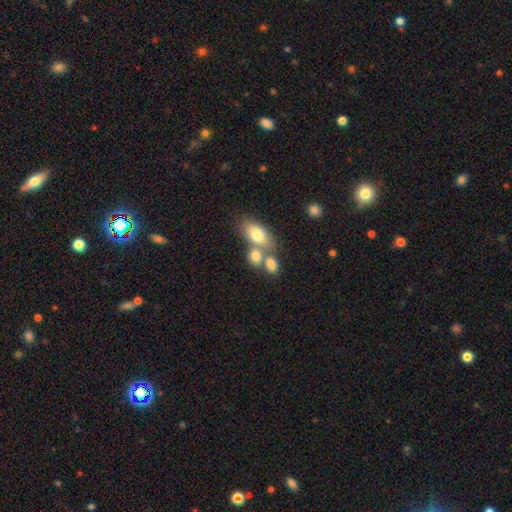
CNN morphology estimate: Q: Smooth or featured?
A: smooth (77%); runner-up: featured or disk (14%)
Q: How rounded?
A: in between (77%); runner-up: round (19%)
Q: Merging?
A: merger (51%); runner-up: none (34%)